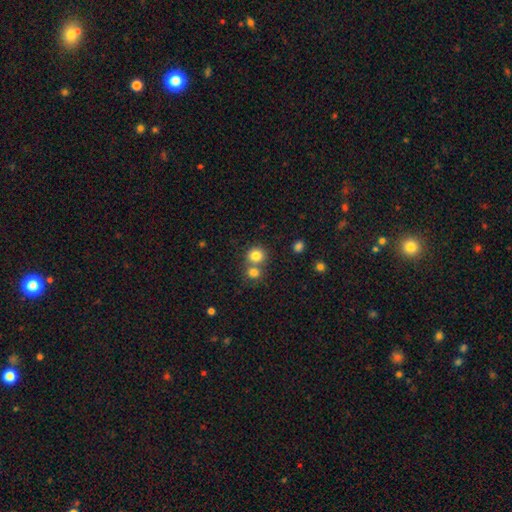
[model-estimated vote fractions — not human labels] A smooth galaxy with no disk features (81%) that is round (88%).

Vote fractions:
- Smooth or featured? smooth: 81% / star or artifact: 12% / featured or disk: 7%
- How rounded? round: 88% / in between: 11% / cigar-shaped: 1%
- Merging? none: 56% / merger: 35% / minor disturbance: 7% / major disturbance: 3%